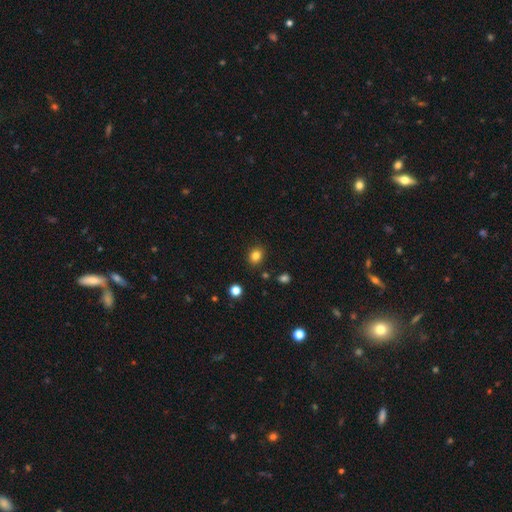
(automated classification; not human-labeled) A smooth galaxy with no disk features (83%) that is round (60%). Merging: none (87%).